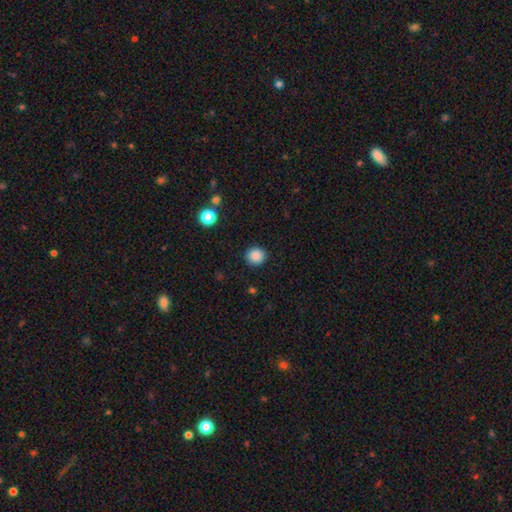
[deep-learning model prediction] Smooth or featured? smooth (87%)
How rounded? round (90%)
Merging? none (90%)